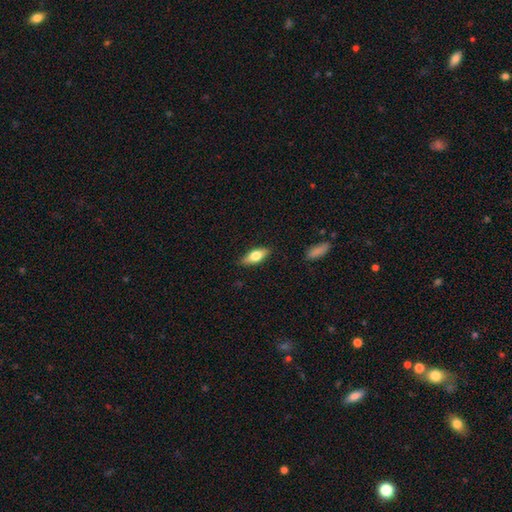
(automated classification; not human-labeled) smooth-or-featured: smooth: 64% | featured or disk: 30% | star or artifact: 7%
  how-rounded: in between: 71% | cigar-shaped: 25% | round: 4%
  merging: none: 86% | minor disturbance: 10% | major disturbance: 2% | merger: 1%